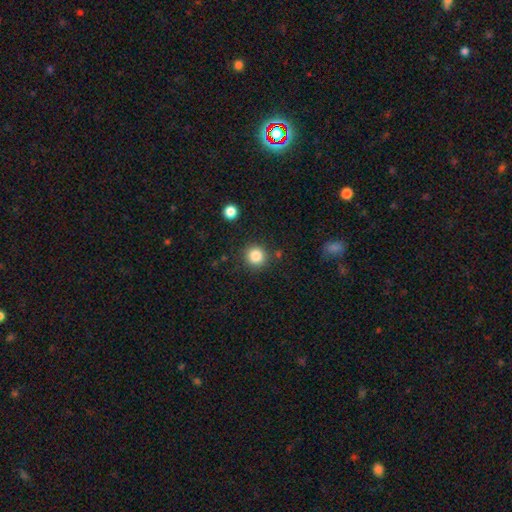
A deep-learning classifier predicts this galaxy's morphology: Smooth or featured? smooth (85%)
How rounded? round (94%)
Merging? none (87%)